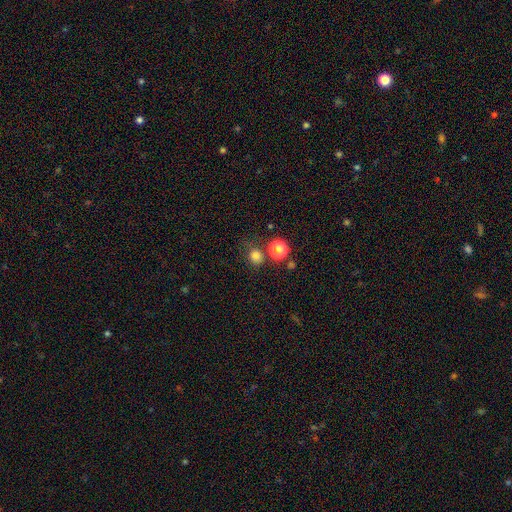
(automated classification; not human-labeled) This appears to be a smooth galaxy with no disk features (79%) that is round (86%). Merging: none (72%).